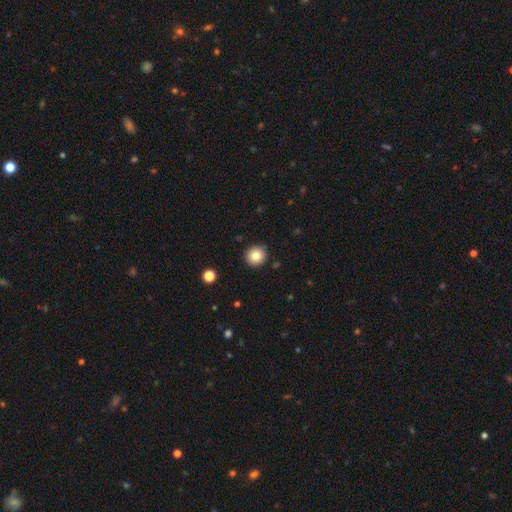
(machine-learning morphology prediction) type=smooth (82%); roundness=round (94%); merging=none (91%).